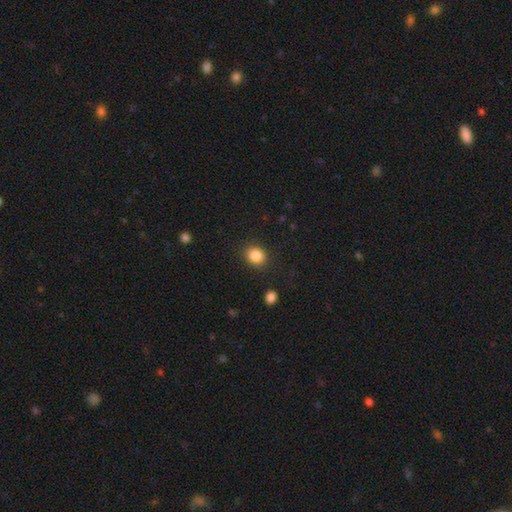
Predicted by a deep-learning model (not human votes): smooth 86%, star or artifact 10%, featured or disk 5%. Down the decision tree: how rounded — round (70%); merging — none (88%).